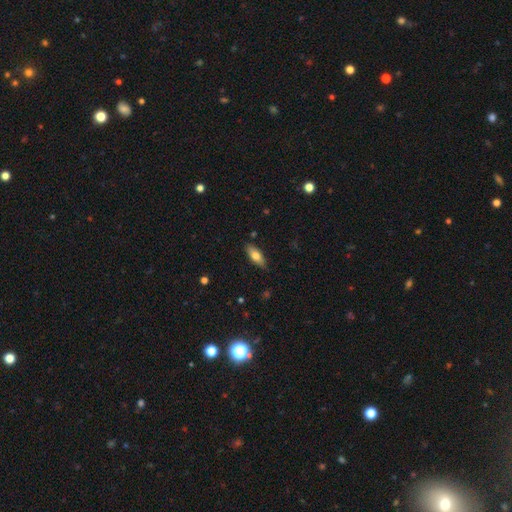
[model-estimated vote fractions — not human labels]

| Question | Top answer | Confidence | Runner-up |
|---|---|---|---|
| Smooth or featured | smooth | 71% | featured or disk (23%) |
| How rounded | in between | 73% | cigar-shaped (25%) |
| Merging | none | 85% | minor disturbance (11%) |